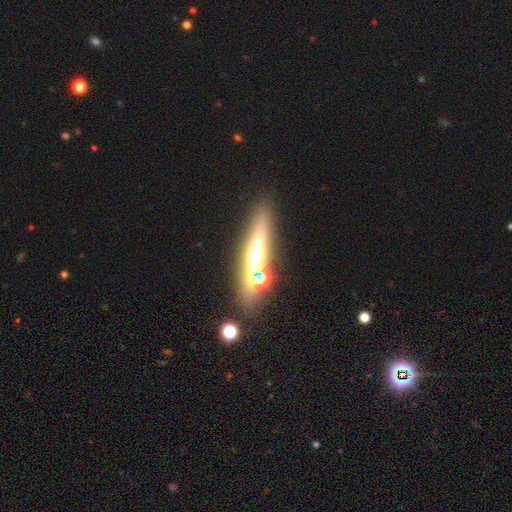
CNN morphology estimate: featured or disk 60%, smooth 26%, star or artifact 14%. Down the decision tree: edge-on disk — yes (88%); edge-on bulge — rounded (87%); merging — none (74%).